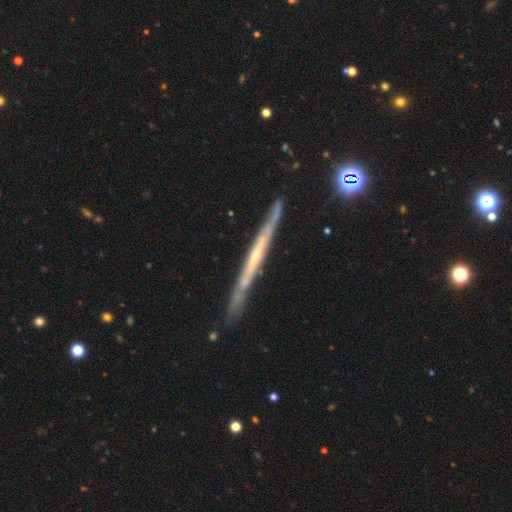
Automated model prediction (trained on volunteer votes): Morphology: type=featured or disk (77%); edge-on=yes (94%); edge-on bulge=none (69%); merging=none (82%).